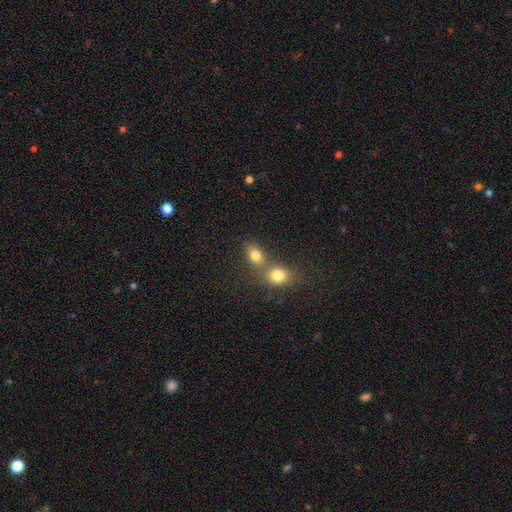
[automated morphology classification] type=smooth (79%); roundness=in between (61%); merging=merger (51%).